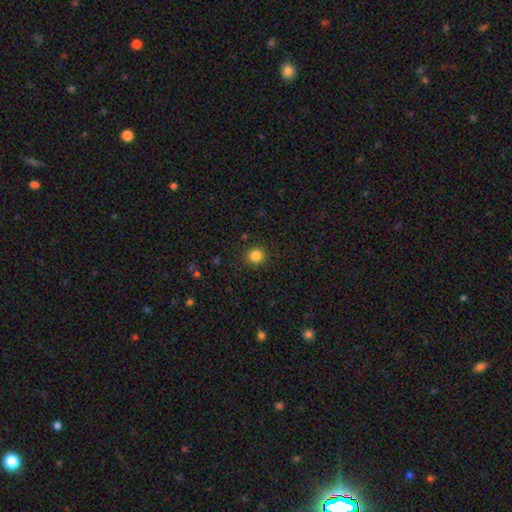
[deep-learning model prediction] smooth 84%, star or artifact 12%, featured or disk 4%. Down the decision tree: how rounded — round (92%); merging — none (91%).